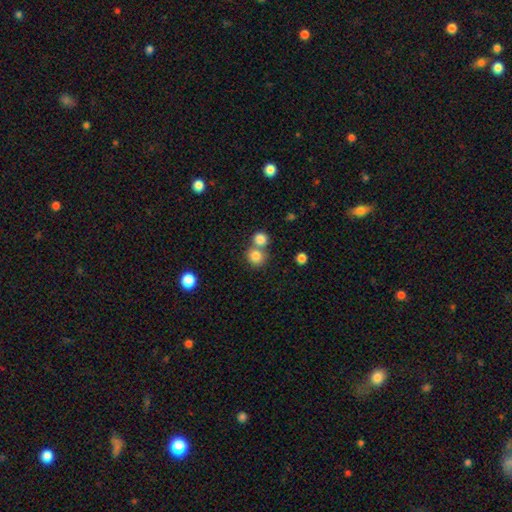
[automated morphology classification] This is clearly a smooth galaxy (82%). How rounded: clearly round (87%). Merging: possibly none (54%).